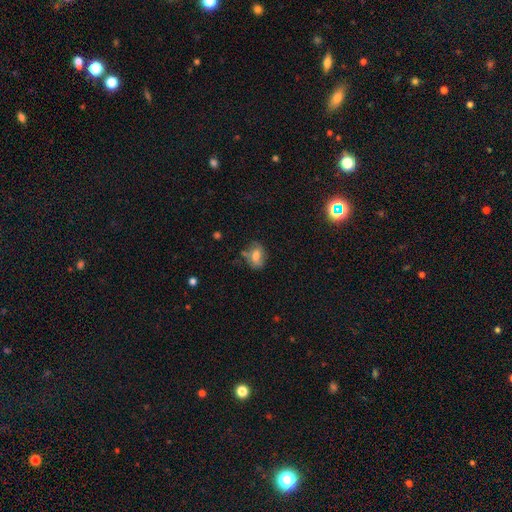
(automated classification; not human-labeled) Q: Smooth or featured?
A: smooth (61%); runner-up: featured or disk (28%)
Q: How rounded?
A: in between (71%); runner-up: round (27%)
Q: Merging?
A: none (56%); runner-up: minor disturbance (27%)